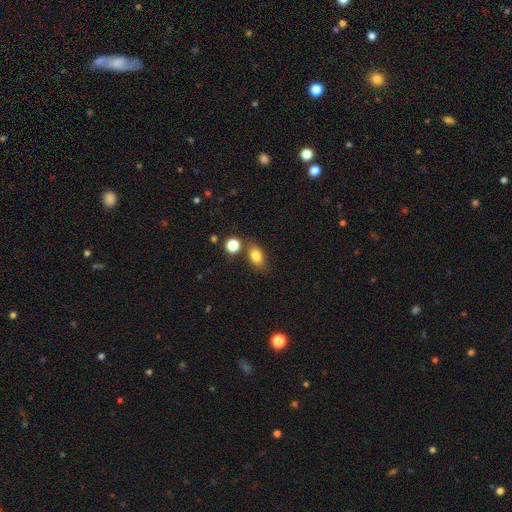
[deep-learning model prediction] Morphology: type=smooth (81%); roundness=in between (79%); merging=none (70%).